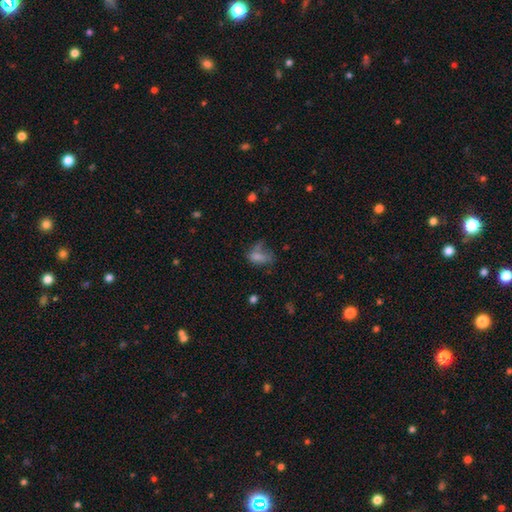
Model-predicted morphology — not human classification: Smooth or featured: smooth — 63% (featured or disk — 21%)
How rounded: in between — 81% (round — 13%)
Merging: major disturbance — 36% (none — 28%)